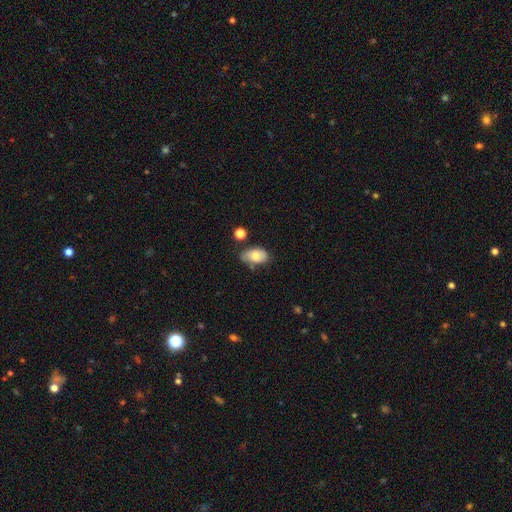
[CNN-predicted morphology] This is likely a smooth galaxy (70%). How rounded: clearly in between (90%). Merging: possibly none (54%).